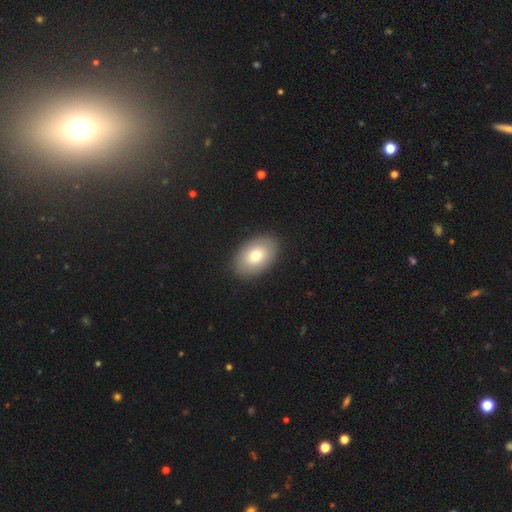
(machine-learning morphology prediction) Smooth or featured: smooth — 76% (featured or disk — 17%)
How rounded: in between — 88% (round — 11%)
Merging: none — 90% (minor disturbance — 7%)